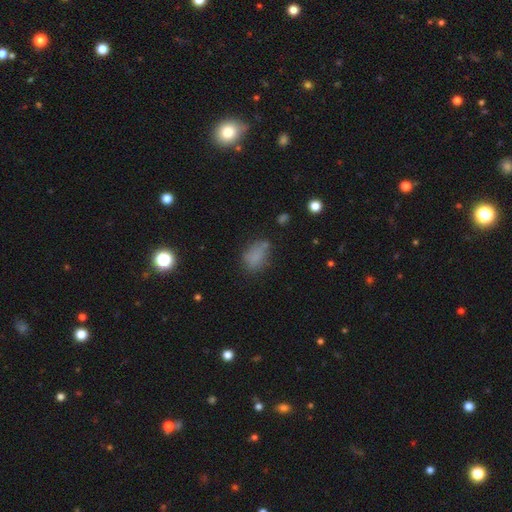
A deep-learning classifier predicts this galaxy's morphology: Smooth or featured? Predicted: smooth (p=0.74). How rounded? Predicted: in between (p=0.81). Merging? Predicted: none (p=0.53).